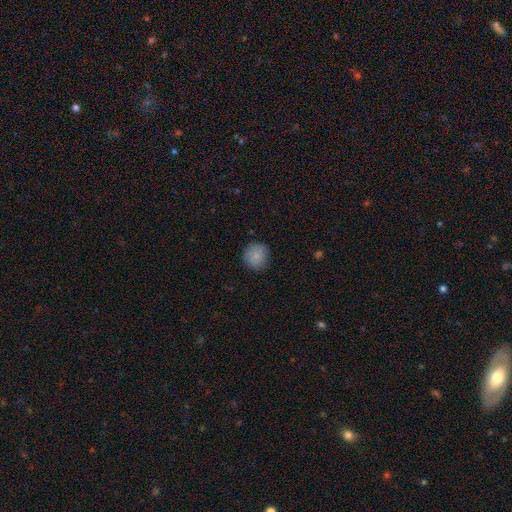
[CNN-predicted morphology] Smooth or featured? Predicted: smooth (p=0.84). How rounded? Predicted: round (p=0.90). Merging? Predicted: none (p=0.85).